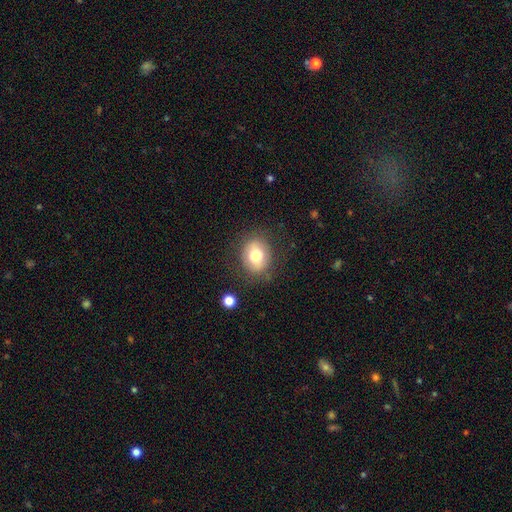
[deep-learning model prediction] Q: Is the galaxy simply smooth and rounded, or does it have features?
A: smooth — 72%.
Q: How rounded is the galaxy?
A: round — 53%.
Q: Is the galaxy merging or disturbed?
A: none — 81%.